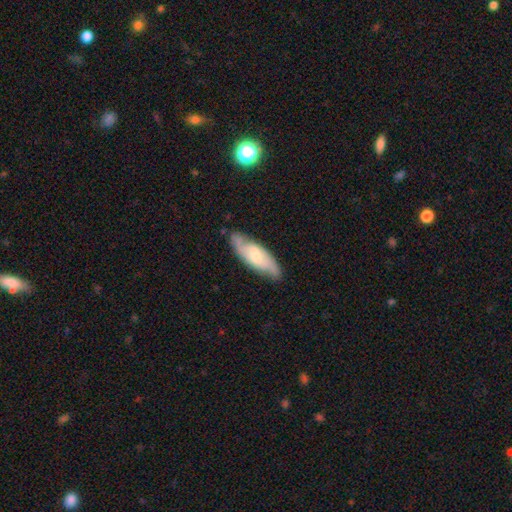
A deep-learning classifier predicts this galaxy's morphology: Smooth or featured?
  - featured or disk: 61% *
  - smooth: 33%
  - star or artifact: 5%
Edge-on disk?
  - no: 82% *
  - yes: 18%
Bar?
  - weak: 49% *
  - no: 33%
  - strong: 18%
Spiral arms?
  - yes: 87% *
  - no: 13%
Bulge size?
  - moderate: 43% *
  - small: 41%
  - large: 7%
  - none: 7%
  - dominant: 1%
Merging?
  - none: 79% *
  - minor disturbance: 16%
  - major disturbance: 4%
  - merger: 1%